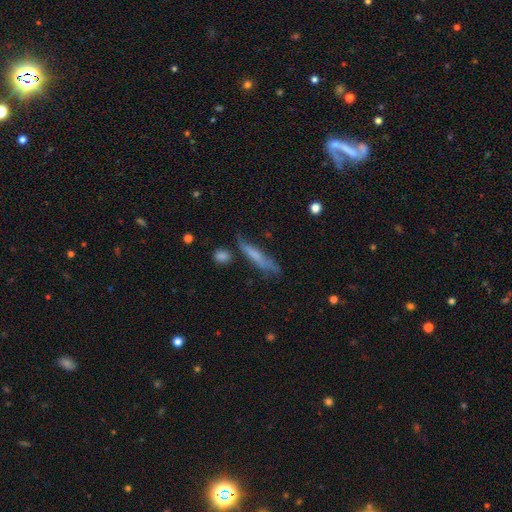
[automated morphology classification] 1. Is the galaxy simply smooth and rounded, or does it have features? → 56% smooth, 35% featured or disk, 9% star or artifact.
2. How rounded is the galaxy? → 86% cigar-shaped, 12% in between, 2% round.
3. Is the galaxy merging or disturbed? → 53% none, 26% minor disturbance, 13% major disturbance, 7% merger.